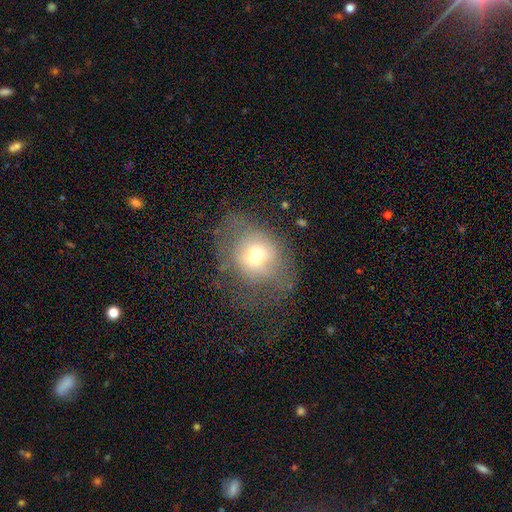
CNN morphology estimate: smooth_or_featured: smooth (p=0.58) [alt: featured or disk p=0.30]
how_rounded: round (p=0.57) [alt: in between p=0.42]
merging: none (p=0.43) [alt: major disturbance p=0.31]